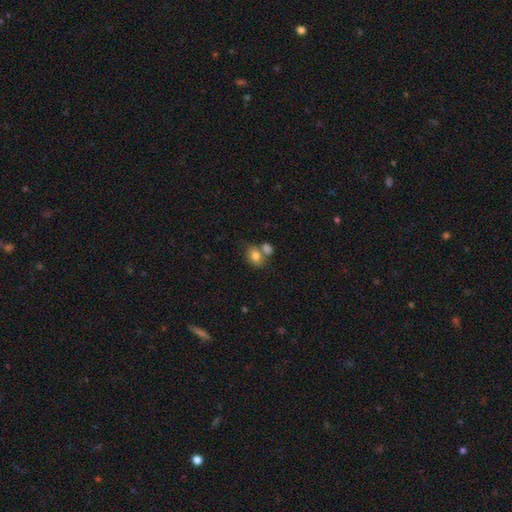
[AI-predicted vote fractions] A smooth galaxy with no disk features (79%) that is in between round and cigar-shaped (65%). Merging: none (42%).